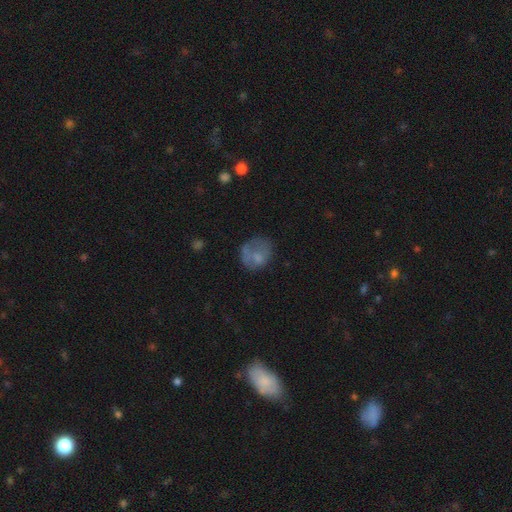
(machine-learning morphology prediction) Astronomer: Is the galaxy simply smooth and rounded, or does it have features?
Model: smooth — 61%.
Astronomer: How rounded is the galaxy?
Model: round — 67%.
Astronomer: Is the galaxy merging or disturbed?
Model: none — 44% (runner-up: minor disturbance, 26%).